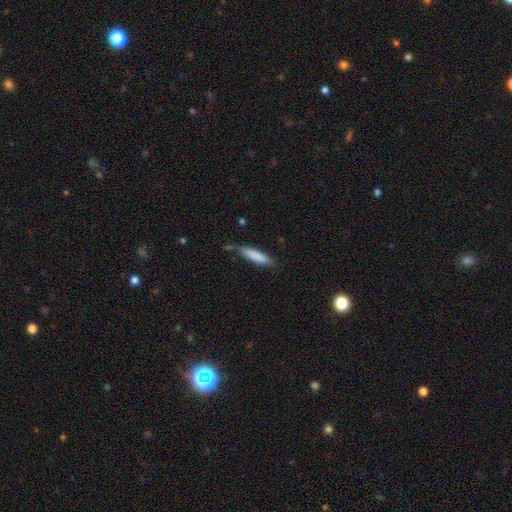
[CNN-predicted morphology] This appears to be a smooth galaxy with no disk features (82%) that is cigar-shaped (78%). Merging: none (69%).